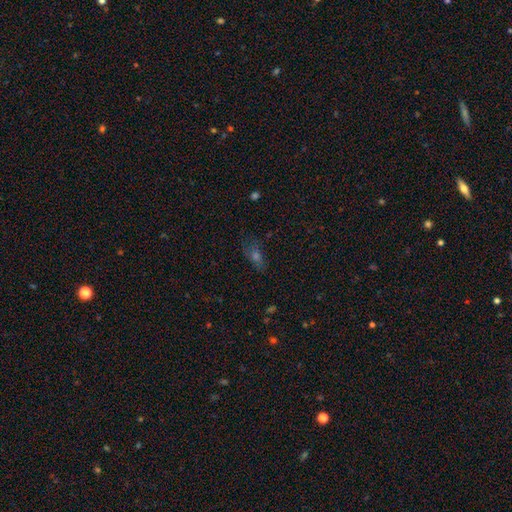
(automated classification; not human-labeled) A smooth galaxy with no disk features (46%). Merging: none (76%).